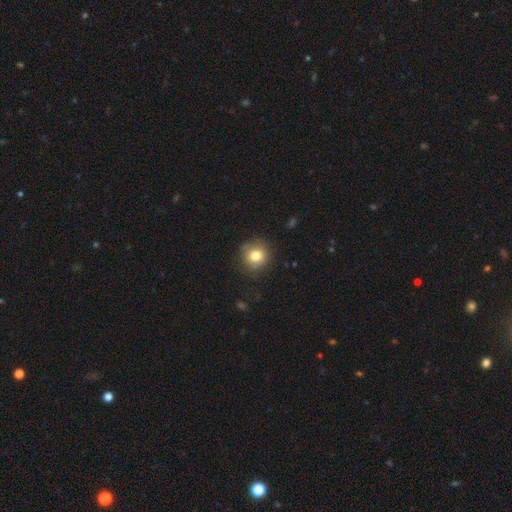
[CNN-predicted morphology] Smooth or featured?
  - smooth: 79% *
  - star or artifact: 11%
  - featured or disk: 10%
How rounded?
  - round: 91% *
  - in between: 8%
  - cigar-shaped: 1%
Merging?
  - none: 83% *
  - minor disturbance: 12%
  - major disturbance: 3%
  - merger: 1%